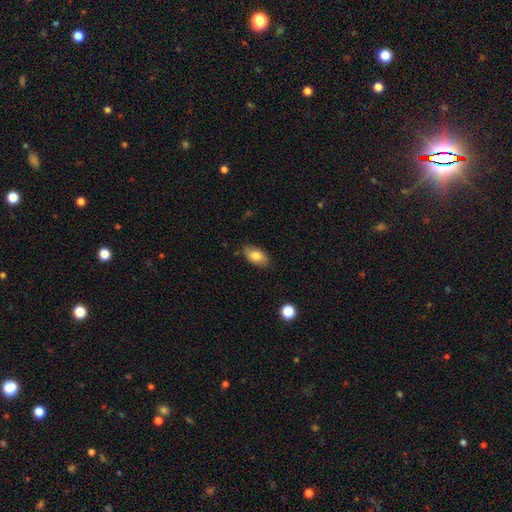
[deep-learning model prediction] Smooth or featured?
  - smooth: 81% *
  - featured or disk: 11%
  - star or artifact: 7%
How rounded?
  - in between: 92% *
  - round: 5%
  - cigar-shaped: 3%
Merging?
  - none: 81% *
  - minor disturbance: 15%
  - major disturbance: 3%
  - merger: 1%